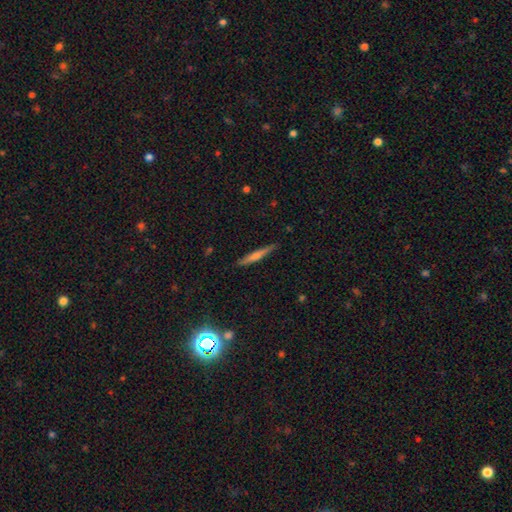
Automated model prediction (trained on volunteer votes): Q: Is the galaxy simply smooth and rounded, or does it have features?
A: featured or disk — 48%.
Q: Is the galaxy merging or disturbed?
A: none — 89%.